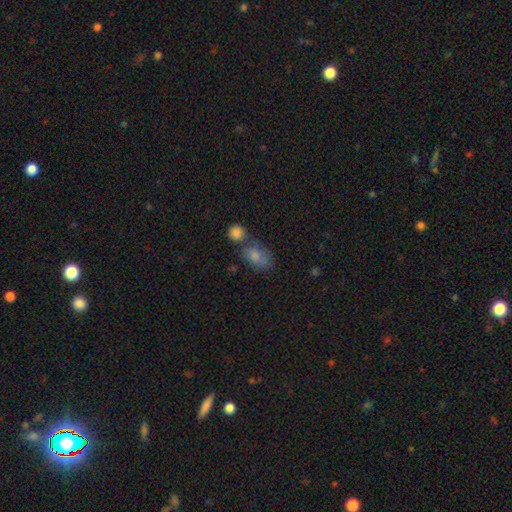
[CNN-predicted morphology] Smooth or featured? Predicted: smooth (p=0.78). How rounded? Predicted: in between (p=0.83). Merging? Predicted: none (p=0.39).